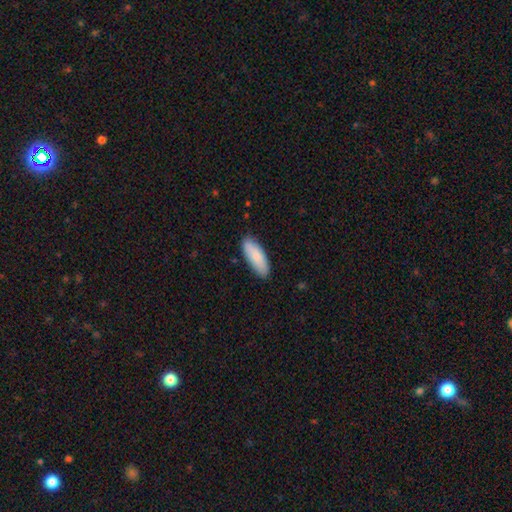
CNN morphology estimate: This is clearly a smooth galaxy (84%). How rounded: likely in between (70%). Merging: clearly none (87%).